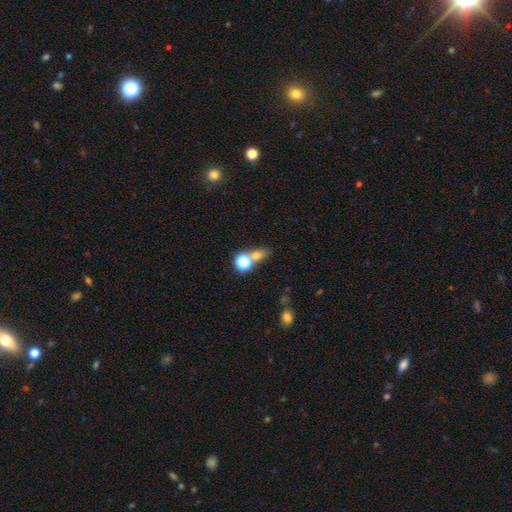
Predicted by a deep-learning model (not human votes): A smooth galaxy with no disk features (65%) that is round (53%). Merging: none (51%).